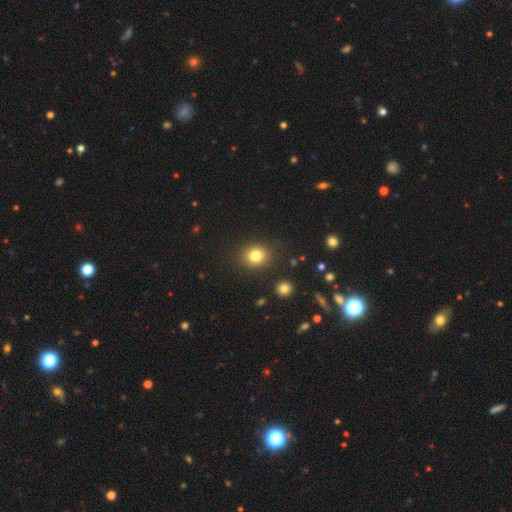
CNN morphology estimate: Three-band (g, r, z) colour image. It shows a smooth galaxy with no disk features (80%) that is round (73%). Merging: none (86%).